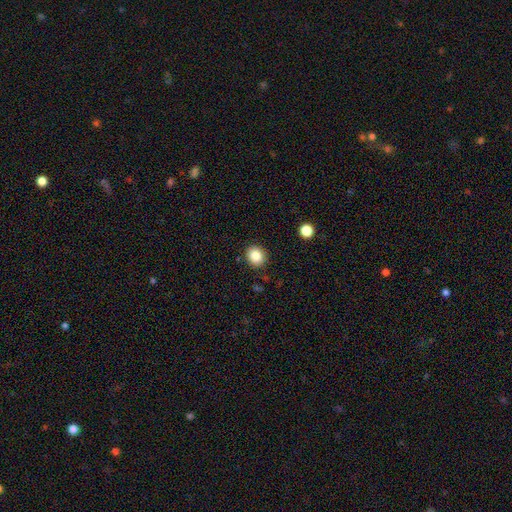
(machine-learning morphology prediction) The model was most divided on "how rounded": round: 78%, in between: 21%, cigar-shaped: 1%. More confident: merging — none (89%); smooth or featured — smooth (85%).